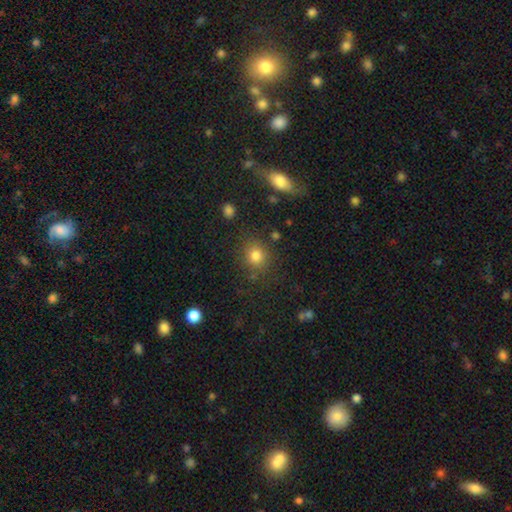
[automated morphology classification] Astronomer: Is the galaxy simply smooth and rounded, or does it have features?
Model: smooth — 80%.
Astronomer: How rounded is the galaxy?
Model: round — 81%.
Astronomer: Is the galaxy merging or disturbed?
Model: none — 80%.